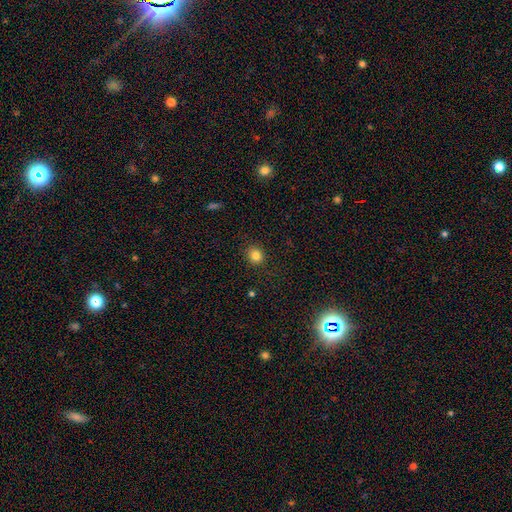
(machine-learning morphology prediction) A smooth galaxy with no disk features (82%) that is round (84%). Merging: none (89%).